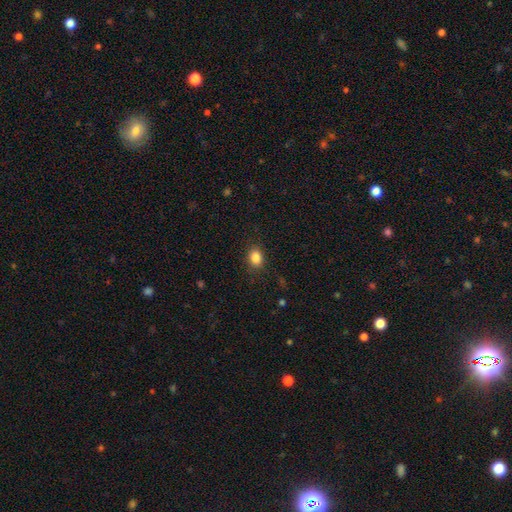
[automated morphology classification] A smooth galaxy with no disk features (85%) that is round (52%). Merging: none (88%).